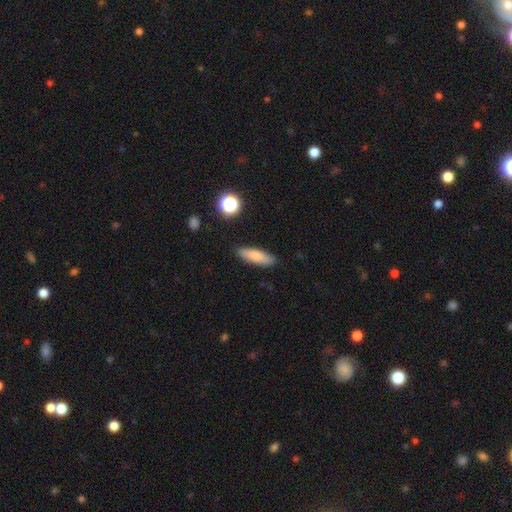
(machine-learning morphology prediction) Smooth or featured? smooth (78%)
How rounded? cigar-shaped (53%)
Merging? none (87%)